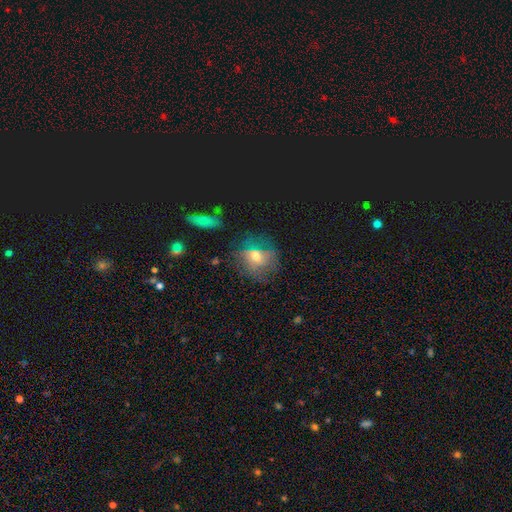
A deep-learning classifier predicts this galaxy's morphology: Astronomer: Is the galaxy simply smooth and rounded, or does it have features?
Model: smooth — 49% (runner-up: featured or disk, 30%).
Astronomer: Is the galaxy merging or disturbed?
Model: none — 66%.